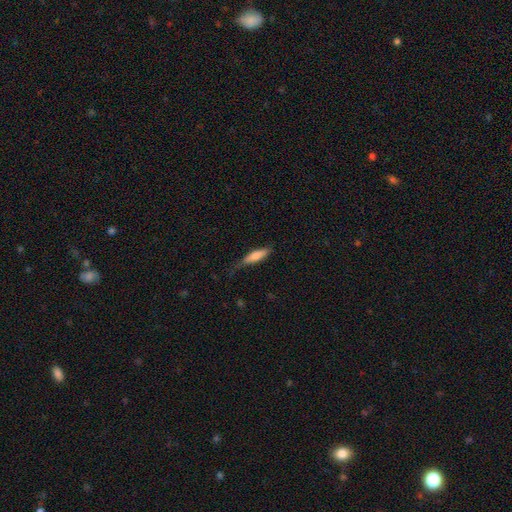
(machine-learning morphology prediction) This appears to be a smooth galaxy with no disk features (77%) that is cigar-shaped (69%). Merging: none (59%).